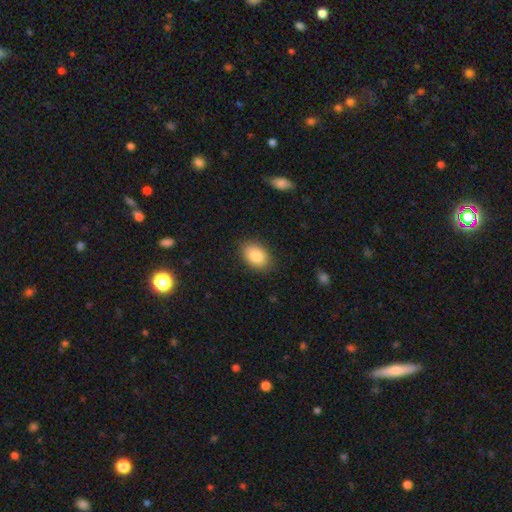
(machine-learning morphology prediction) smooth_or_featured: smooth (p=0.86) [alt: star or artifact p=0.07]
how_rounded: in between (p=0.84) [alt: round p=0.15]
merging: none (p=0.87) [alt: minor disturbance p=0.10]